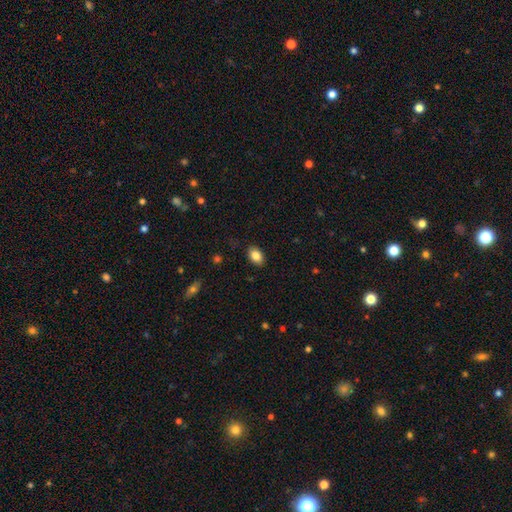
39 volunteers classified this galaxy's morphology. A smooth galaxy with no disk features (87%) that is in between round and cigar-shaped (91%). Merging: none (78%).